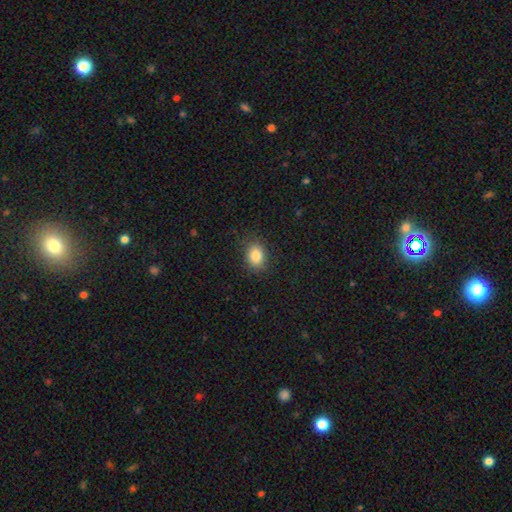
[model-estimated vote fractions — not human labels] The model was most divided on "how rounded": in between: 64%, round: 35%, cigar-shaped: 1%. More confident: merging — none (85%); smooth or featured — smooth (84%).